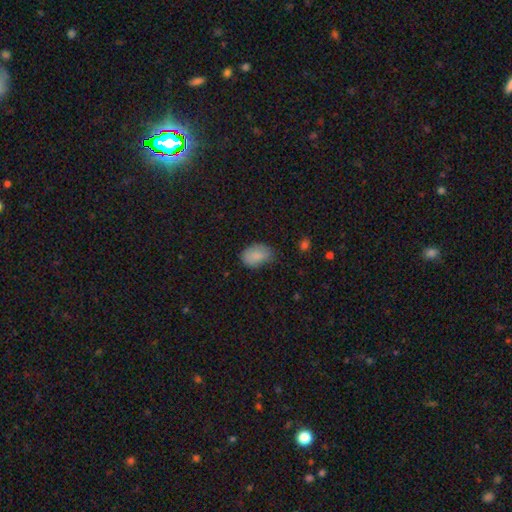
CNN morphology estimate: A smooth galaxy with no disk features (85%) that is in between round and cigar-shaped (86%).

Vote fractions:
- Smooth or featured? smooth: 85% / star or artifact: 8% / featured or disk: 8%
- How rounded? in between: 86% / round: 13% / cigar-shaped: 1%
- Merging? none: 61% / minor disturbance: 31% / major disturbance: 6% / merger: 2%